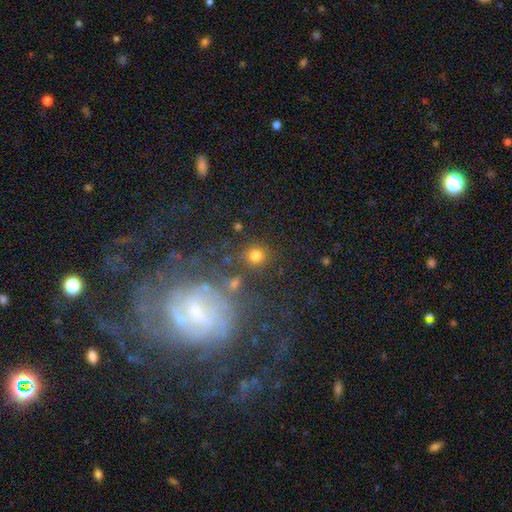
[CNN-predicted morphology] type=smooth (75%); roundness=round (89%); merging=none (77%).